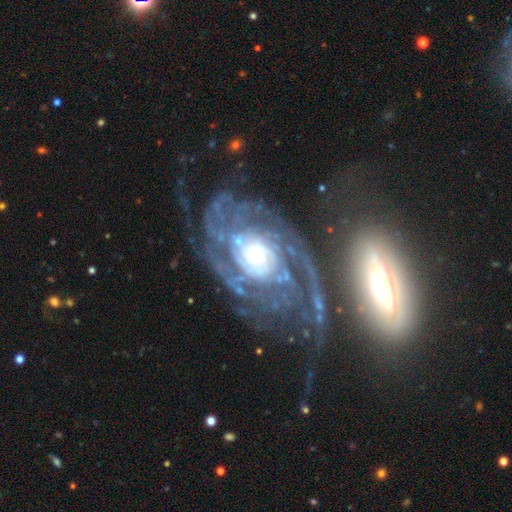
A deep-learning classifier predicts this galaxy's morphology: Smooth or featured? Predicted: featured or disk (p=0.89). Edge-on disk? Predicted: no (p=0.97). Bar? Predicted: no (p=0.72). Spiral arms? Predicted: yes (p=0.95). Spiral winding? Predicted: tight (p=0.62). Spiral arm count? Predicted: can't tell (p=0.28). Bulge size? Predicted: moderate (p=0.43). Merging? Predicted: none (p=0.52).